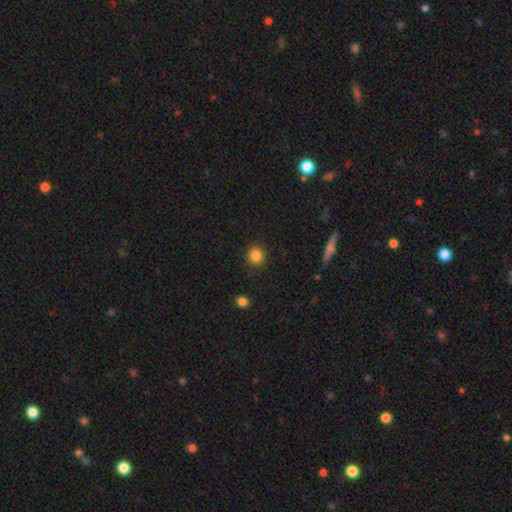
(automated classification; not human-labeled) Smooth or featured: smooth — 85% (star or artifact — 11%)
How rounded: round — 89% (in between — 10%)
Merging: none — 90% (minor disturbance — 6%)